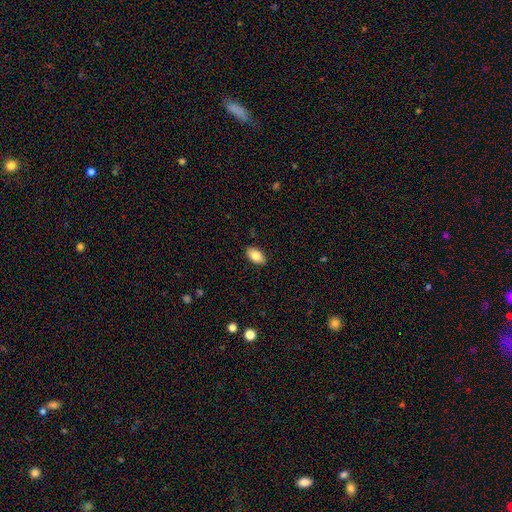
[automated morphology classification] A smooth galaxy with no disk features (83%) that is in between round and cigar-shaped (92%). Merging: none (88%).